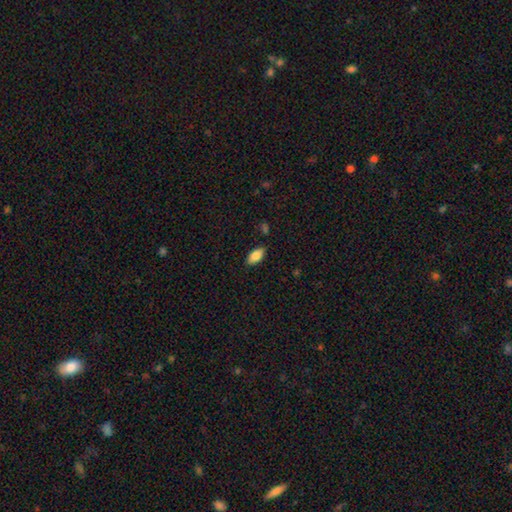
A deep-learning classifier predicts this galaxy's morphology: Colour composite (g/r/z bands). It shows a smooth galaxy with no disk features (85%) that is in between round and cigar-shaped (91%). Merging: none (86%).